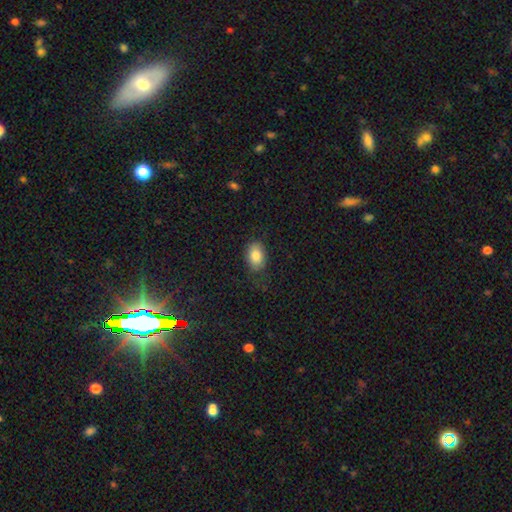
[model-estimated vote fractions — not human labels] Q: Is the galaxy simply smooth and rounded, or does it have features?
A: smooth — 84%.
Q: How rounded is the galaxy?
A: in between — 83%.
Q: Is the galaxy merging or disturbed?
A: none — 74%.